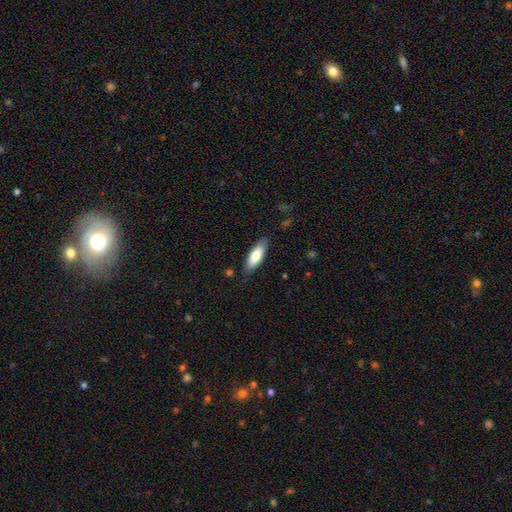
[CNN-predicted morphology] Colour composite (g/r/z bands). It shows a smooth galaxy with no disk features (77%) that is in between round and cigar-shaped (56%). Merging: none (82%).